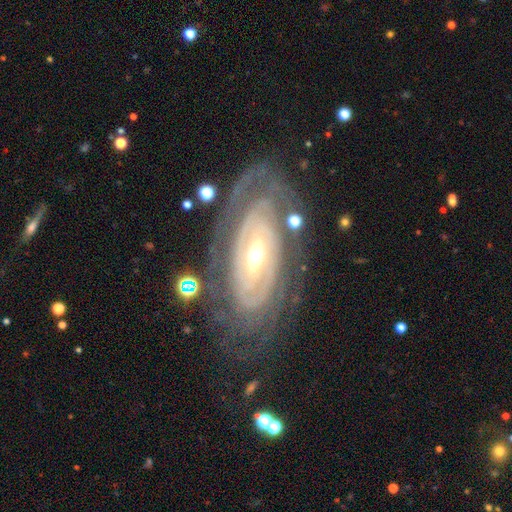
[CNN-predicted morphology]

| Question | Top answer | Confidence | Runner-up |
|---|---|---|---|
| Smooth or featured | featured or disk | 88% | smooth (7%) |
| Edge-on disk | no | 93% | yes (7%) |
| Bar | no | 44% | weak (30%) |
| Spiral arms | yes | 90% | no (10%) |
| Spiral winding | tight | 80% | medium (15%) |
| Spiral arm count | can't tell | 39% | 2 (28%) |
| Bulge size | moderate | 55% | small (39%) |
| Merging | none | 73% | minor disturbance (16%) |